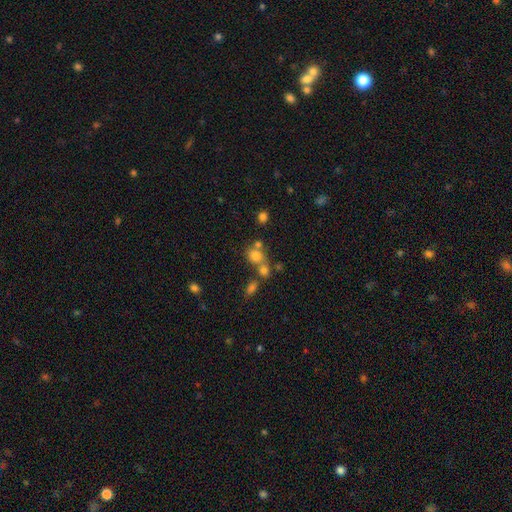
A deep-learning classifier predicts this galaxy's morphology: smooth-or-featured: smooth: 72% | star or artifact: 17% | featured or disk: 12%
  how-rounded: round: 74% | in between: 25% | cigar-shaped: 1%
  merging: none: 45% | merger: 41% | minor disturbance: 9% | major disturbance: 5%